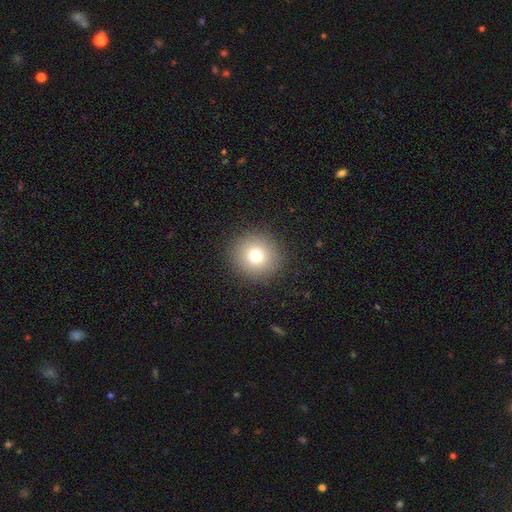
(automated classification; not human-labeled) Smooth or featured? Predicted: smooth (p=0.76). How rounded? Predicted: round (p=0.94). Merging? Predicted: none (p=0.92).